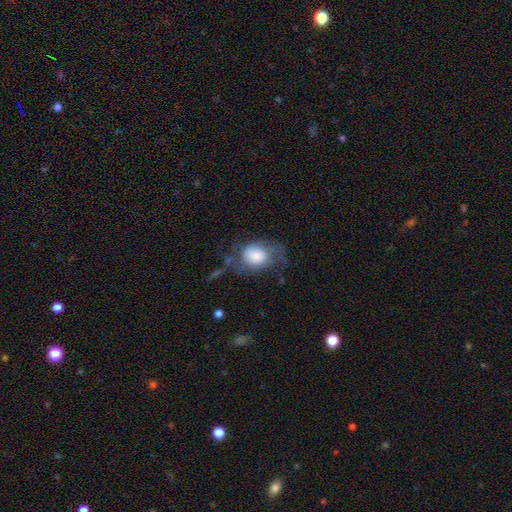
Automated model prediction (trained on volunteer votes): Smooth or featured? smooth (59%)
How rounded? in between (65%)
Merging? none (38%)